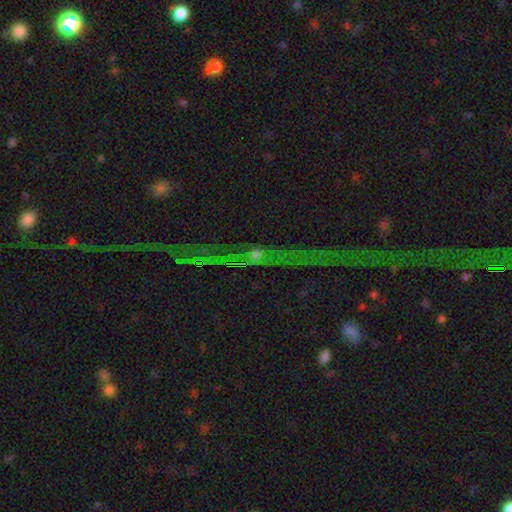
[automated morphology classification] Smooth or featured? Predicted: star or artifact (p=0.53).